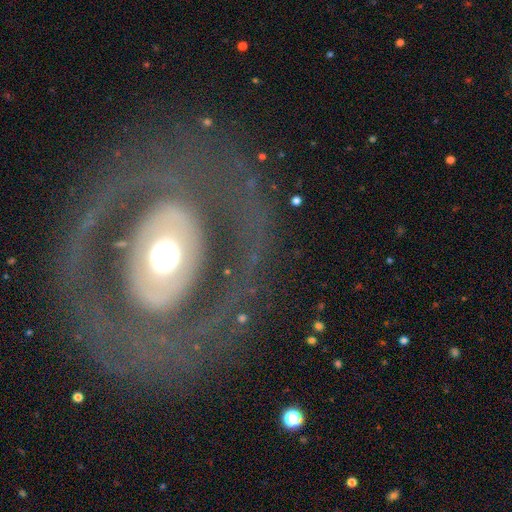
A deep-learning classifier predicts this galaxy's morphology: smooth-or-featured: featured or disk: 72% | smooth: 21% | star or artifact: 7%
  disk-edge-on: no: 94% | yes: 6%
    bar: no: 72% | weak: 16% | strong: 12%
    has-spiral-arms: no: 61% | yes: 39%
    bulge-size: moderate: 54% | large: 30% | small: 9% | dominant: 6% | none: 1%
  merging: none: 77% | major disturbance: 11% | minor disturbance: 10% | merger: 1%